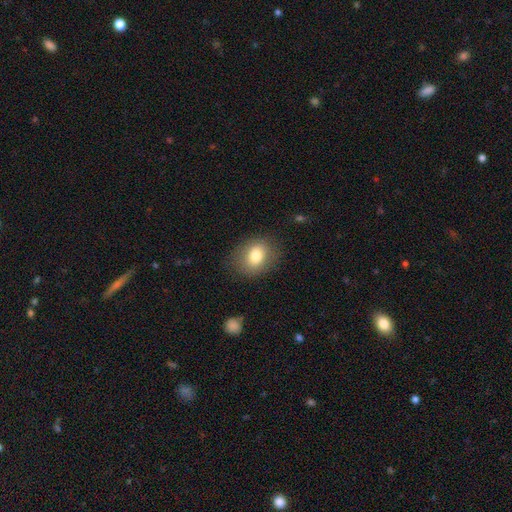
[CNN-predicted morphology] smooth-or-featured: smooth: 78% | featured or disk: 13% | star or artifact: 9%
  how-rounded: in between: 51% | round: 48% | cigar-shaped: 1%
  merging: none: 80% | minor disturbance: 14% | major disturbance: 5% | merger: 1%